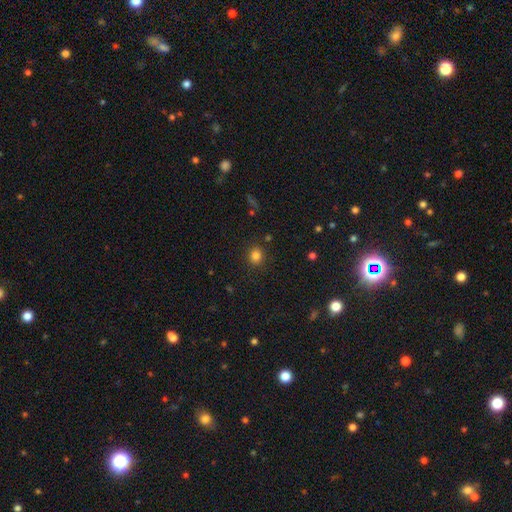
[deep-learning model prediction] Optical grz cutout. It shows a smooth galaxy with no disk features (82%) that is round (78%). Merging: none (88%).